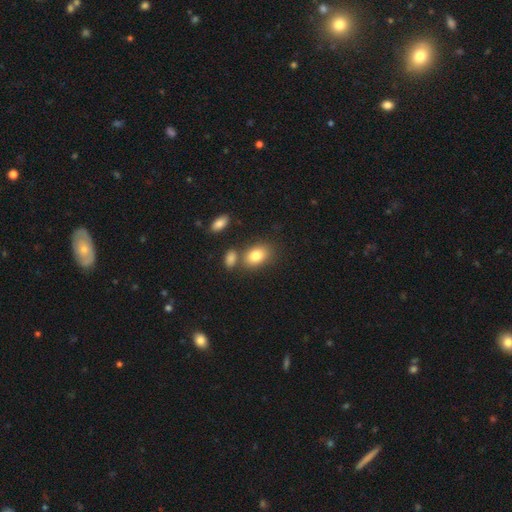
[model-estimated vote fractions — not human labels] smooth_or_featured: smooth (p=0.81) [alt: featured or disk p=0.10]
how_rounded: in between (p=0.82) [alt: round p=0.17]
merging: none (p=0.62) [alt: merger p=0.20]